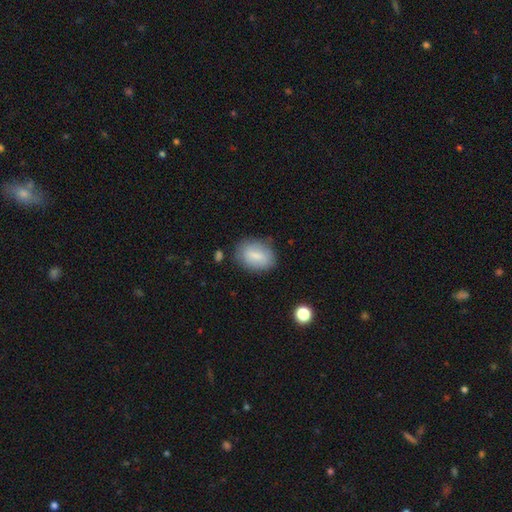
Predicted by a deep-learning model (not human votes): Morphology: type=smooth (73%); roundness=in between (80%); merging=none (77%).